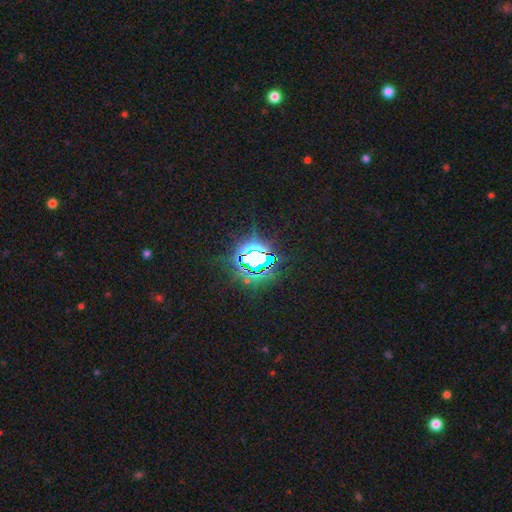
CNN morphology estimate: This is clearly a star or artifact rather than a galaxy (81%).